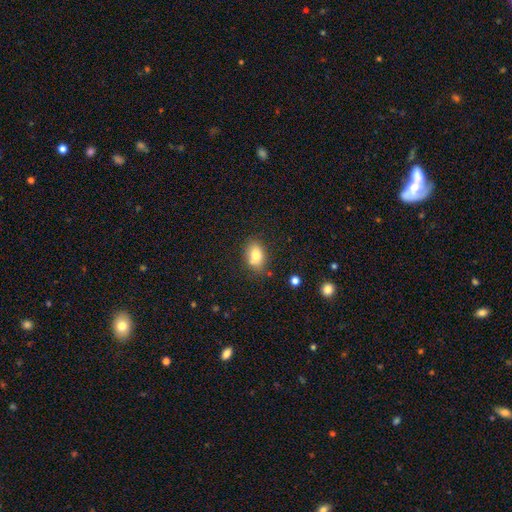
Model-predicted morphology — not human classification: Overall: smooth (79%). How rounded: in between (81%). Merging: none (77%).